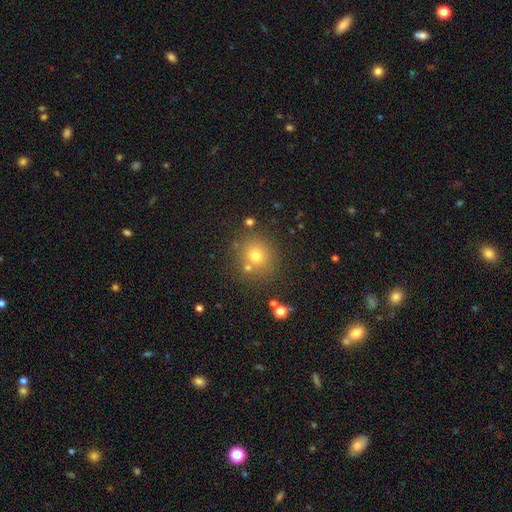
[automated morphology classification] A smooth galaxy with no disk features (71%) that is round (86%). Merging: none (76%).